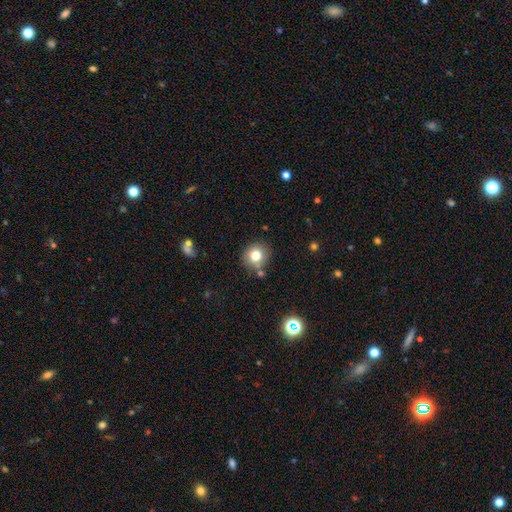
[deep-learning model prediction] Q: Smooth or featured?
A: smooth (78%); runner-up: star or artifact (12%)
Q: How rounded?
A: round (86%); runner-up: in between (13%)
Q: Merging?
A: none (78%); runner-up: minor disturbance (11%)